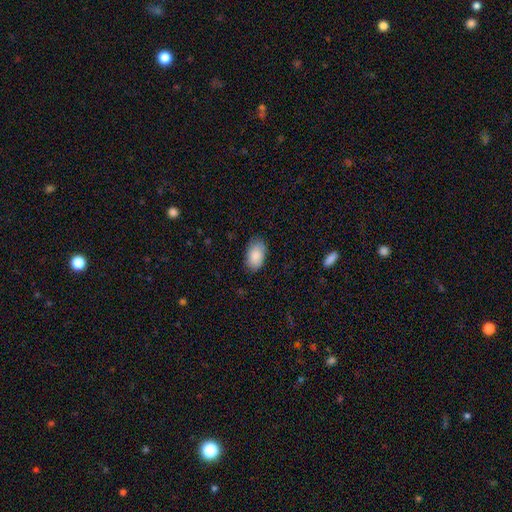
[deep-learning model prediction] A smooth galaxy with no disk features (87%) that is in between round and cigar-shaped (93%). Merging: none (83%).